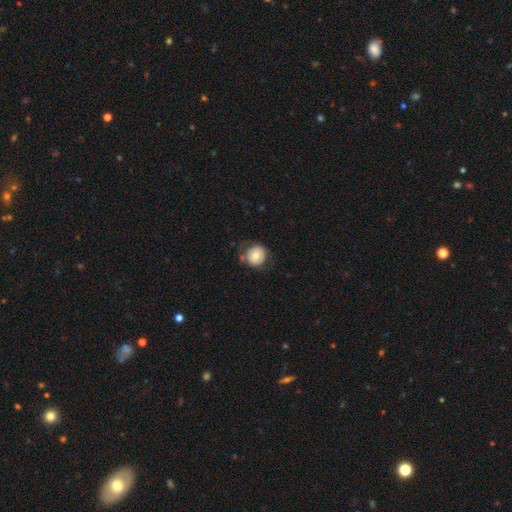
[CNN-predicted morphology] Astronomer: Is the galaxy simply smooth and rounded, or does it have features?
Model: smooth — 65%.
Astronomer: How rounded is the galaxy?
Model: round — 90%.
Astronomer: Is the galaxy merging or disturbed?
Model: none — 67%.